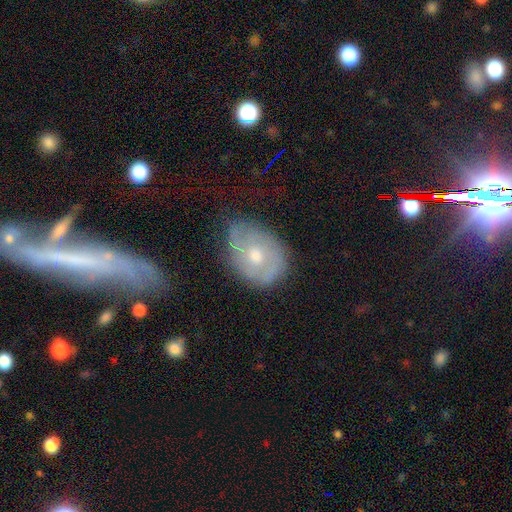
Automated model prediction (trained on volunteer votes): Smooth or featured? featured or disk (59%)
Edge-on disk? no (95%)
Bar? no (78%)
Spiral arms? yes (68%)
Bulge size? moderate (67%)
Merging? none (61%)